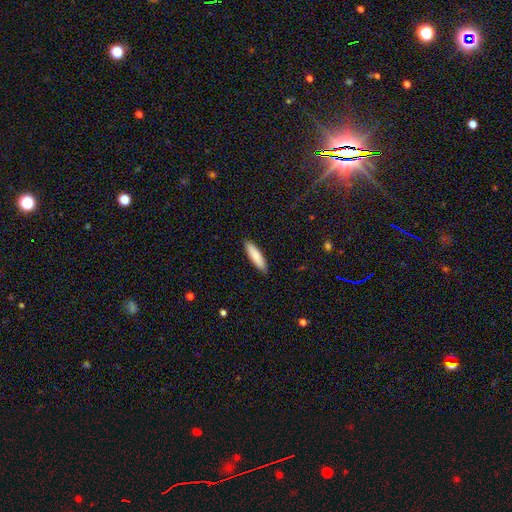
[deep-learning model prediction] smooth 82%, featured or disk 12%, star or artifact 5%. Down the decision tree: how rounded — cigar-shaped (73%); merging — none (90%).